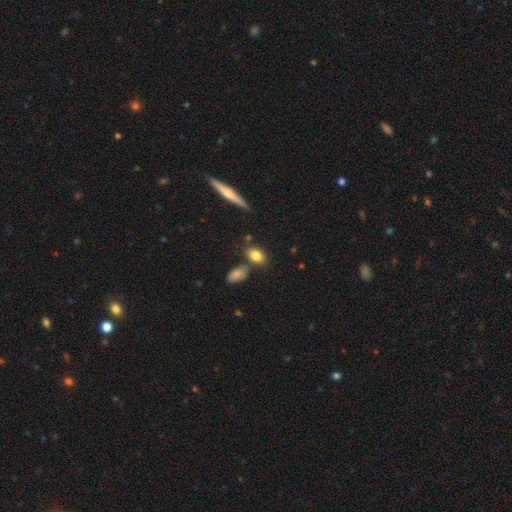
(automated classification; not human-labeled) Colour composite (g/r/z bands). It shows a smooth galaxy with no disk features (81%) that is in between round and cigar-shaped (78%). Merging: none (70%).